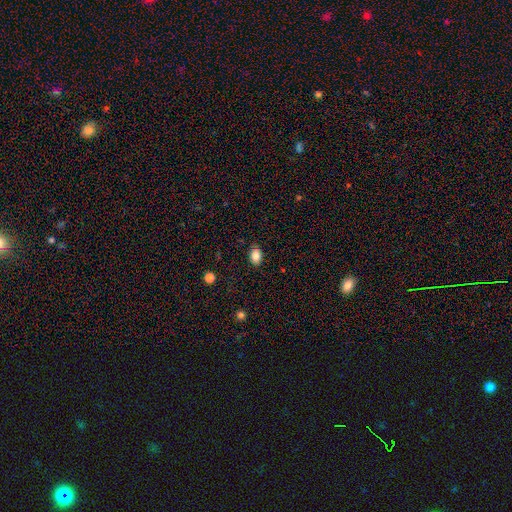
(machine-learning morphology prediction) Q: Smooth or featured?
A: smooth (84%); runner-up: star or artifact (9%)
Q: How rounded?
A: in between (79%); runner-up: round (20%)
Q: Merging?
A: none (85%); runner-up: minor disturbance (12%)